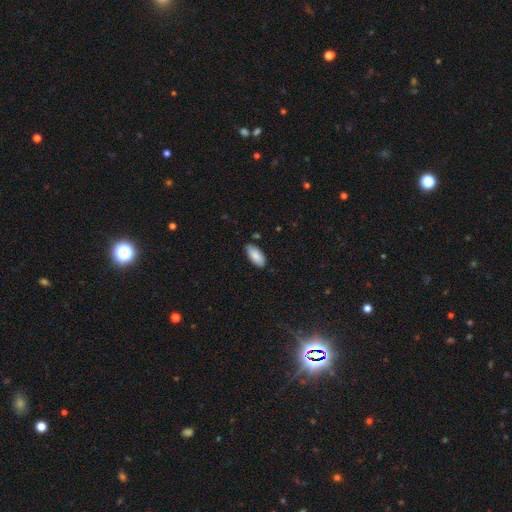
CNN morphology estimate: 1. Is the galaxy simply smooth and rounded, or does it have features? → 88% smooth, 6% featured or disk, 6% star or artifact.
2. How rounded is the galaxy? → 90% in between, 8% cigar-shaped, 2% round.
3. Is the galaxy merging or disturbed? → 83% none, 13% minor disturbance, 2% major disturbance, 2% merger.